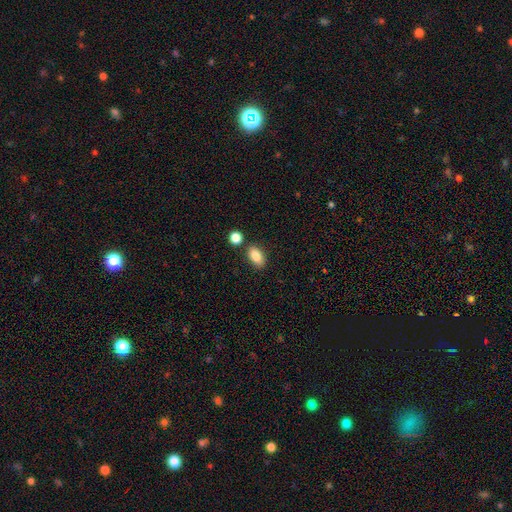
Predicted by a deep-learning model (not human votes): Smooth or featured? Predicted: smooth (p=0.86). How rounded? Predicted: in between (p=0.89). Merging? Predicted: none (p=0.79).